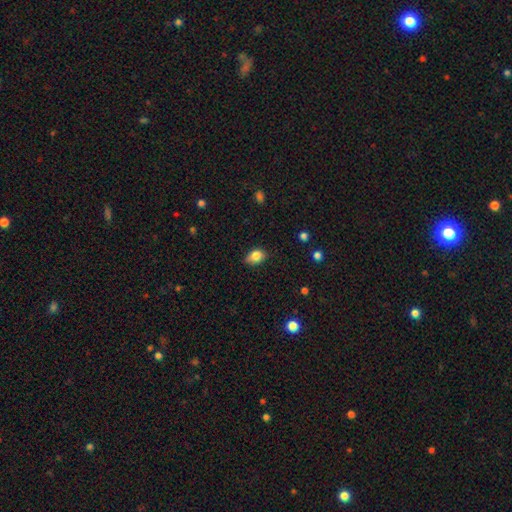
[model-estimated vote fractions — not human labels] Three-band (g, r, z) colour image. It shows a smooth galaxy with no disk features (82%) that is in between round and cigar-shaped (76%). Merging: none (76%).